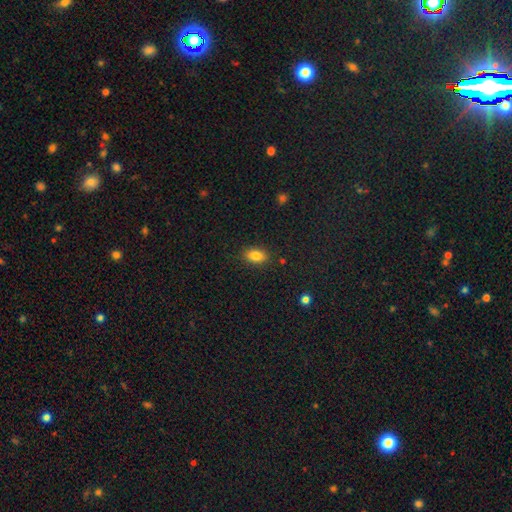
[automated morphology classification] Smooth or featured? smooth (85%)
How rounded? in between (87%)
Merging? none (86%)